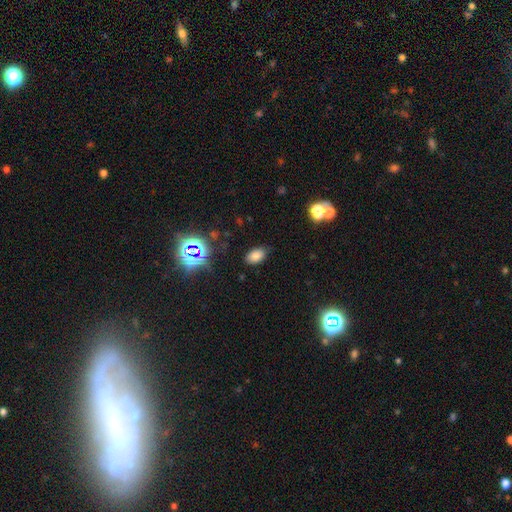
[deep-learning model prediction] Smooth or featured? smooth (74%)
How rounded? in between (90%)
Merging? none (82%)